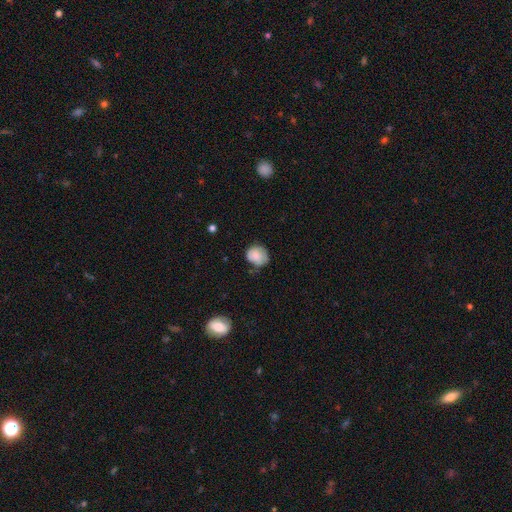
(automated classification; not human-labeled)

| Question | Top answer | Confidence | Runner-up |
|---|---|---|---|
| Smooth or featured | smooth | 80% | featured or disk (12%) |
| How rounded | round | 72% | in between (27%) |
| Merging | none | 61% | minor disturbance (30%) |